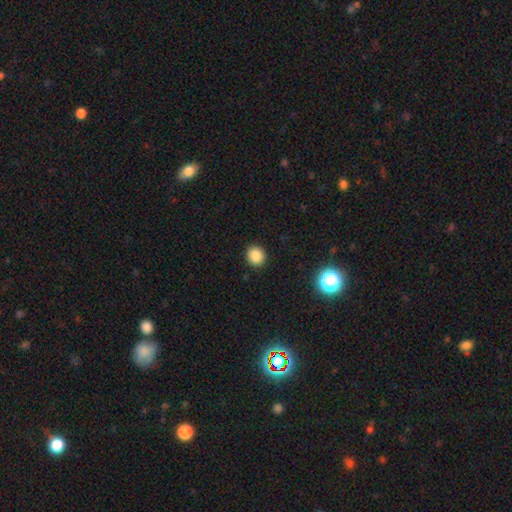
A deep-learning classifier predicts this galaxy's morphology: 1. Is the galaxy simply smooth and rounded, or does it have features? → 85% smooth, 11% star or artifact, 3% featured or disk.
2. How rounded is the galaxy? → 86% round, 13% in between, 1% cigar-shaped.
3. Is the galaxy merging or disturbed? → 91% none, 6% minor disturbance, 2% major disturbance, 1% merger.